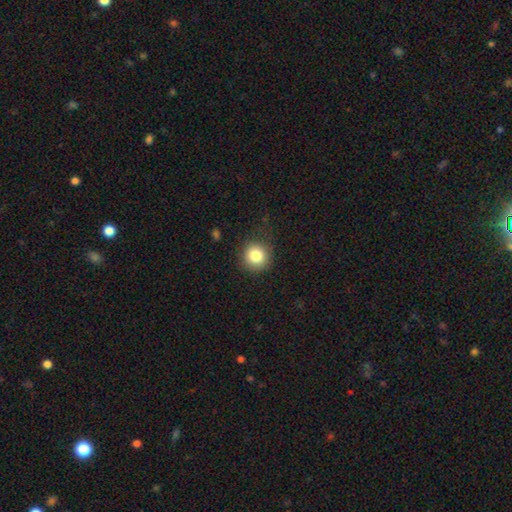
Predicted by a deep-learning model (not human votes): smooth-or-featured: smooth: 82% | star or artifact: 11% | featured or disk: 8%
  how-rounded: round: 93% | in between: 7% | cigar-shaped: 1%
  merging: none: 87% | minor disturbance: 9% | major disturbance: 3% | merger: 1%